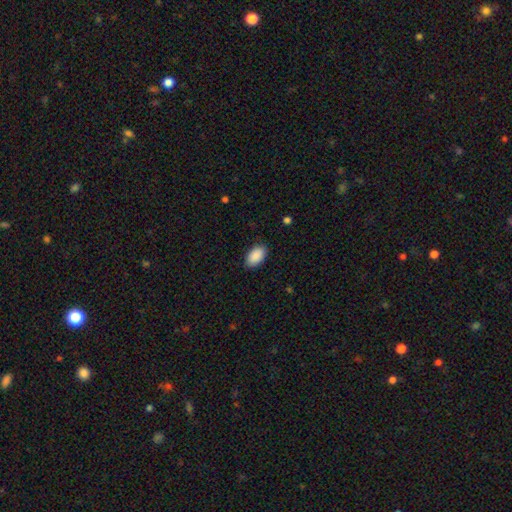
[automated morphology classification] This appears to be a smooth galaxy with no disk features (91%) that is in between round and cigar-shaped (94%). Merging: none (88%).